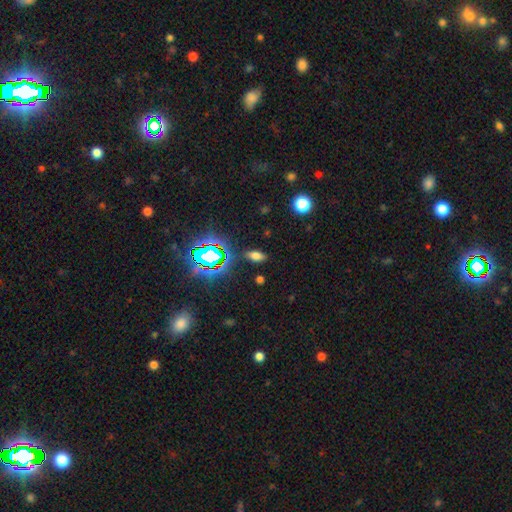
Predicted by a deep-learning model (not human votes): Smooth or featured? Predicted: smooth (p=0.63). How rounded? Predicted: in between (p=0.85). Merging? Predicted: none (p=0.85).